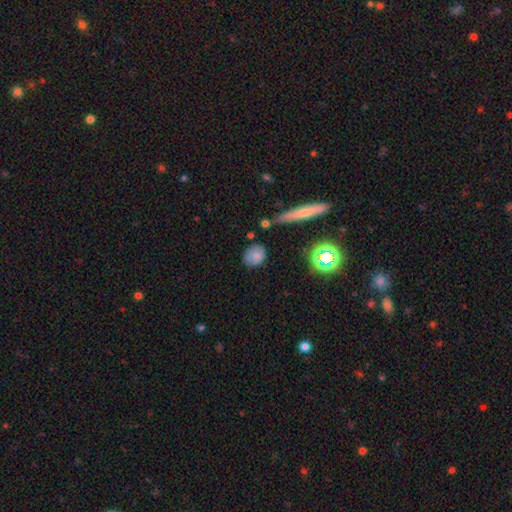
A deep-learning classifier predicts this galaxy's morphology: smooth-or-featured: smooth: 78% | star or artifact: 12% | featured or disk: 10%
  how-rounded: round: 58% | in between: 40% | cigar-shaped: 3%
  merging: none: 71% | minor disturbance: 20% | major disturbance: 5% | merger: 5%